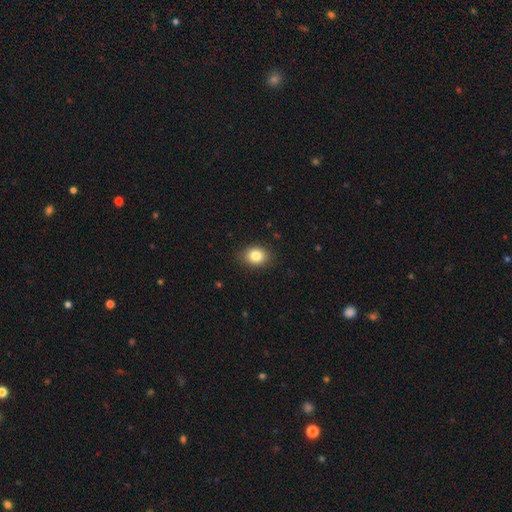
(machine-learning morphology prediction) This appears to be a smooth galaxy with no disk features (83%) that is in between round and cigar-shaped (54%). Merging: none (87%).